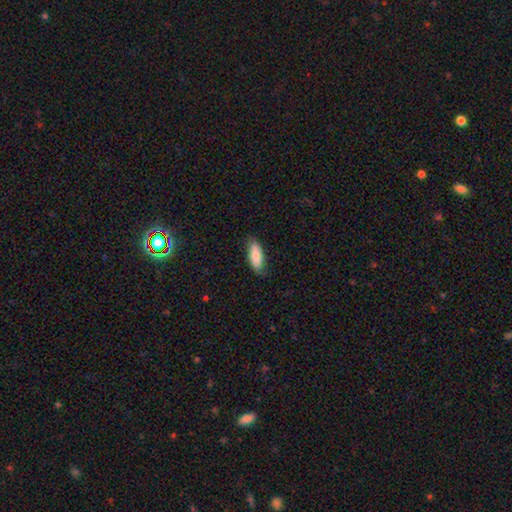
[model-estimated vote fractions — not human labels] Q: Smooth or featured?
A: smooth (83%); runner-up: featured or disk (11%)
Q: How rounded?
A: in between (75%); runner-up: cigar-shaped (23%)
Q: Merging?
A: none (79%); runner-up: minor disturbance (17%)